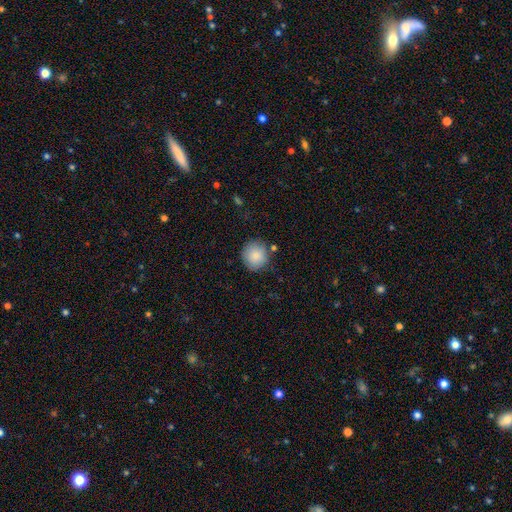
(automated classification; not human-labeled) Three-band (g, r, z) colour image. It shows a smooth galaxy with no disk features (87%) that is round (91%). Merging: none (83%).